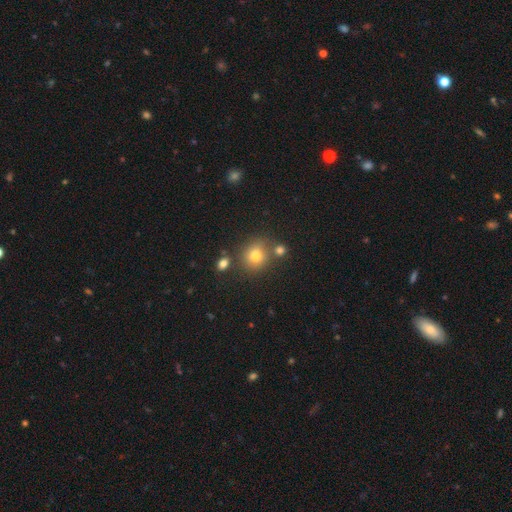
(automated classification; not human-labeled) smooth-or-featured: smooth: 76% | star or artifact: 14% | featured or disk: 9%
  how-rounded: round: 82% | in between: 17% | cigar-shaped: 1%
  merging: none: 70% | merger: 15% | minor disturbance: 11% | major disturbance: 4%